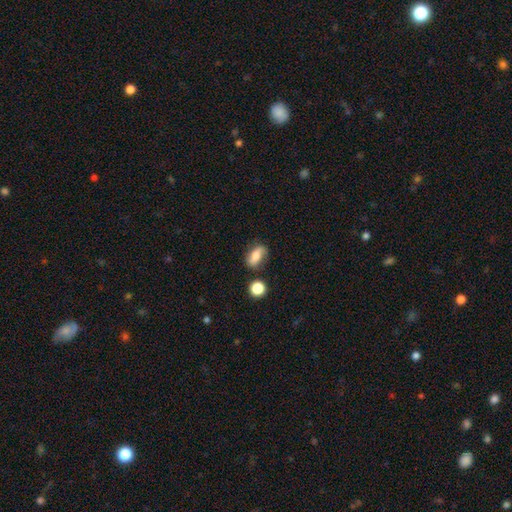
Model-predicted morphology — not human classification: Q: Smooth or featured?
A: smooth (63%); runner-up: featured or disk (27%)
Q: How rounded?
A: in between (77%); runner-up: round (14%)
Q: Merging?
A: none (70%); runner-up: minor disturbance (19%)